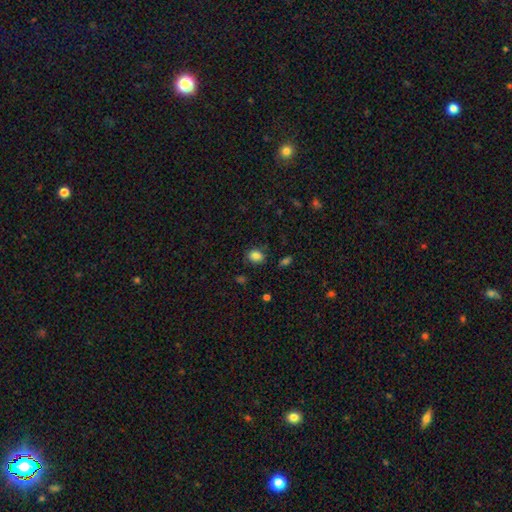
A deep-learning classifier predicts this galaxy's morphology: Smooth or featured? Predicted: smooth (p=0.84). How rounded? Predicted: in between (p=0.56). Merging? Predicted: none (p=0.79).